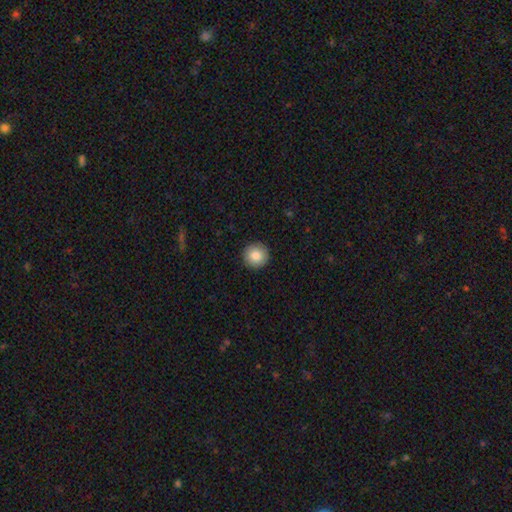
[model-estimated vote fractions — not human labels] Smooth or featured: smooth — 85% (star or artifact — 8%)
How rounded: round — 95% (in between — 4%)
Merging: none — 91% (minor disturbance — 6%)